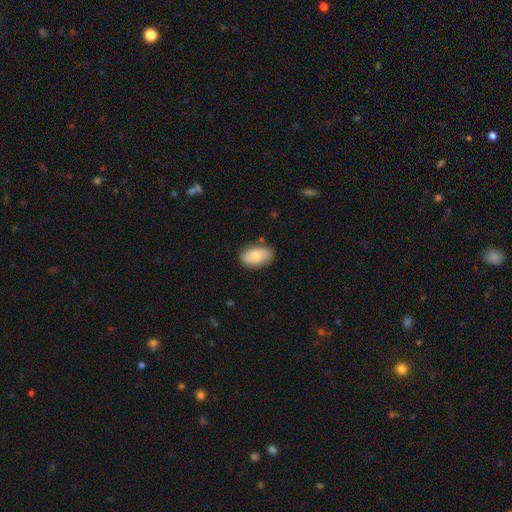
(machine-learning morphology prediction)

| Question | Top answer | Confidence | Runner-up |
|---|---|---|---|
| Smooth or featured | smooth | 75% | featured or disk (19%) |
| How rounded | in between | 92% | round (6%) |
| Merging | none | 77% | minor disturbance (17%) |